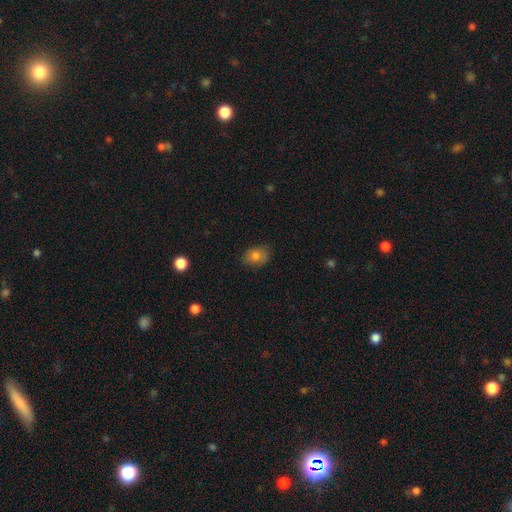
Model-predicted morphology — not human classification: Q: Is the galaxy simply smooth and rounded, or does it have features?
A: smooth — 80%.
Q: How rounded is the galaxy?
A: in between — 68%.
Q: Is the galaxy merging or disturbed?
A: none — 78%.